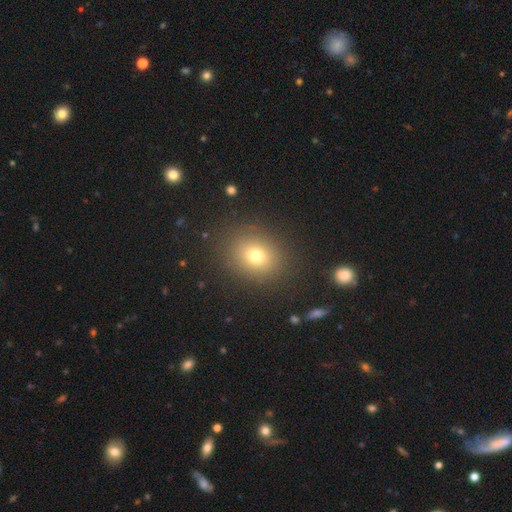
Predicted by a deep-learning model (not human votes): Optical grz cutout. It shows a smooth galaxy with no disk features (75%) that is round (63%). Merging: none (86%).